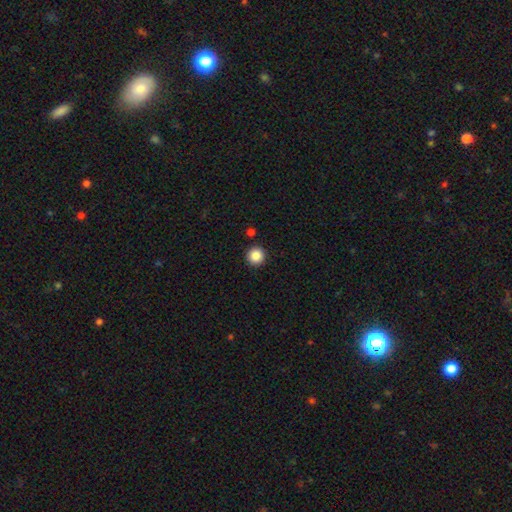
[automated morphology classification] Smooth or featured?
  - smooth: 87% *
  - star or artifact: 10%
  - featured or disk: 4%
How rounded?
  - round: 96% *
  - in between: 3%
  - cigar-shaped: 1%
Merging?
  - none: 92% *
  - minor disturbance: 5%
  - merger: 2%
  - major disturbance: 2%